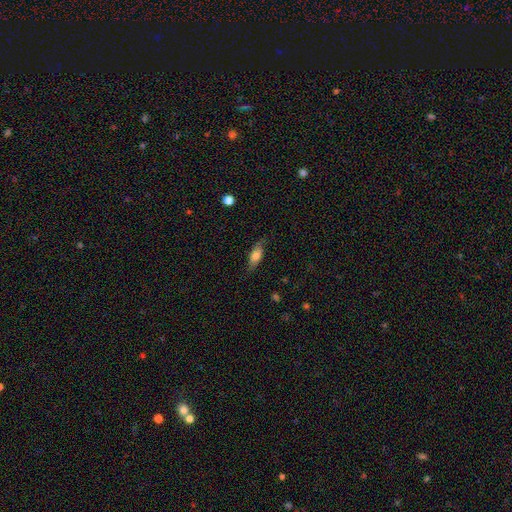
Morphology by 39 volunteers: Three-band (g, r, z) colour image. It shows a smooth galaxy with no disk features (67%) that is in between round and cigar-shaped (81%). Merging: none (70%).